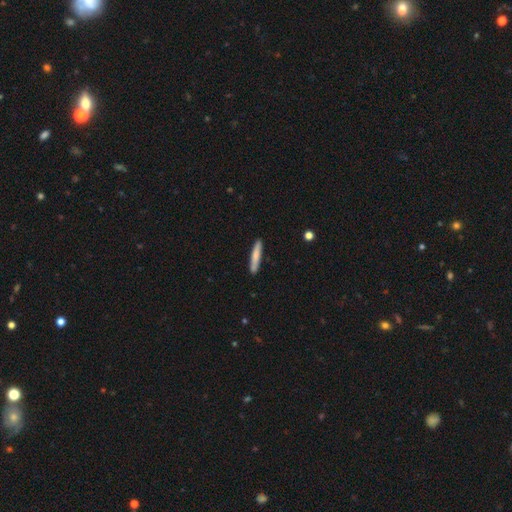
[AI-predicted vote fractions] Smooth or featured: smooth — 74% (featured or disk — 20%)
How rounded: cigar-shaped — 93% (in between — 6%)
Merging: none — 87% (minor disturbance — 9%)